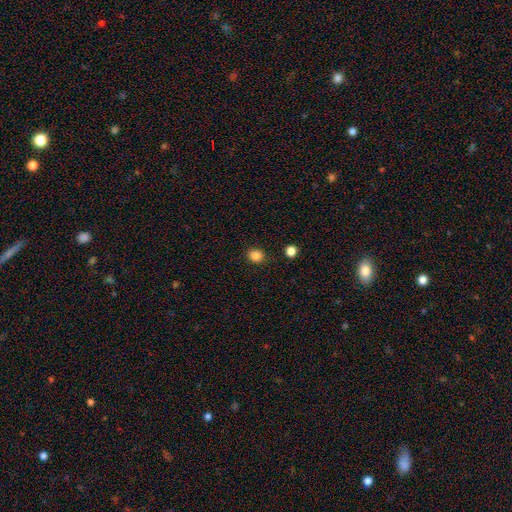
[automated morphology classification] smooth_or_featured: smooth (p=0.85) [alt: star or artifact p=0.11]
how_rounded: round (p=0.69) [alt: in between p=0.30]
merging: none (p=0.87) [alt: minor disturbance p=0.08]